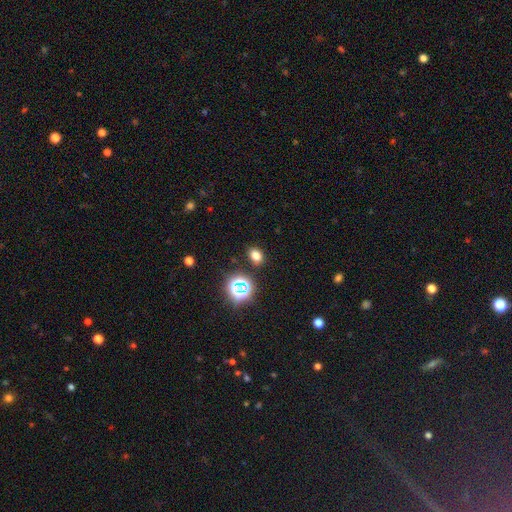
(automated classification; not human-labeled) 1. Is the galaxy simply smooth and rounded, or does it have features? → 72% smooth, 21% star or artifact, 7% featured or disk.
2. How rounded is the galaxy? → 67% in between, 32% round, 1% cigar-shaped.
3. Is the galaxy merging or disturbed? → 85% none, 9% minor disturbance, 3% merger, 3% major disturbance.